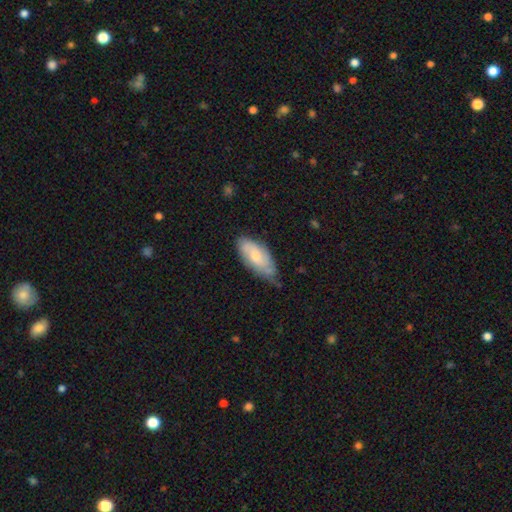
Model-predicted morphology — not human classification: A smooth galaxy with no disk features (52%) that is in between round and cigar-shaped (86%). Merging: none (55%).